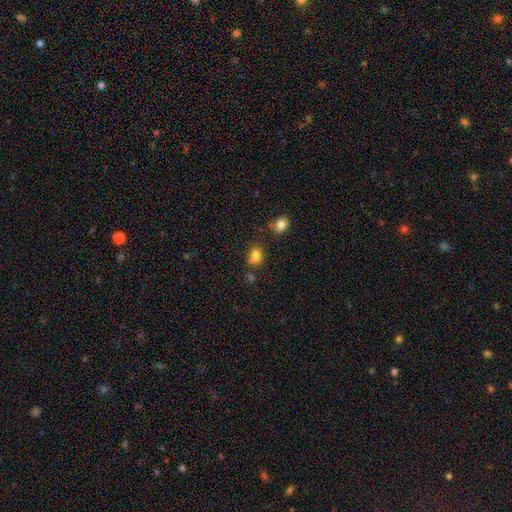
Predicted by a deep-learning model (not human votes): Smooth or featured: smooth — 81% (star or artifact — 12%)
How rounded: in between — 50% (round — 49%)
Merging: none — 64% (minor disturbance — 18%)